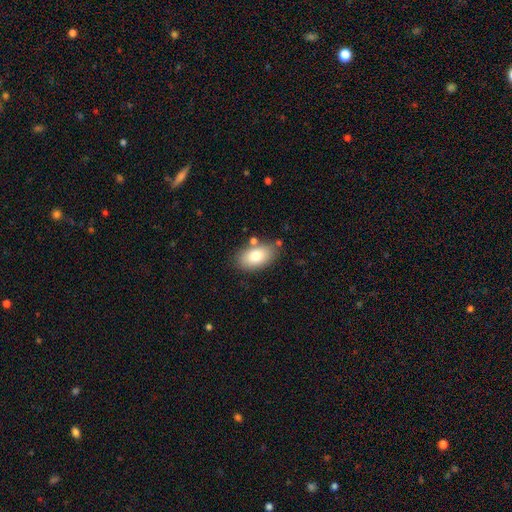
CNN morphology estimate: smooth-or-featured: smooth: 77% | featured or disk: 15% | star or artifact: 8%
  how-rounded: in between: 91% | round: 7% | cigar-shaped: 2%
  merging: none: 77% | minor disturbance: 13% | merger: 7% | major disturbance: 3%